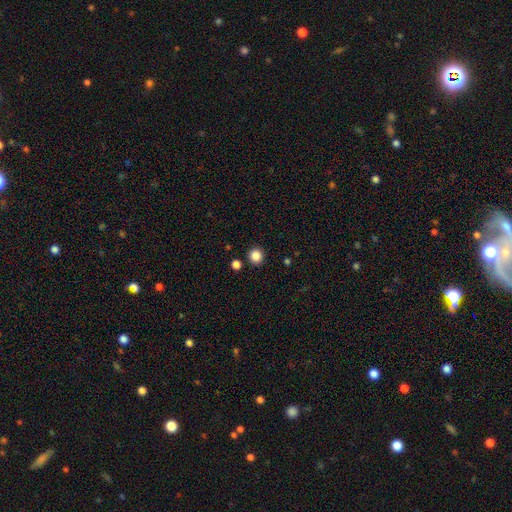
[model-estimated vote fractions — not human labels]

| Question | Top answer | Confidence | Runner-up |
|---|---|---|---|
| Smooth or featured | smooth | 85% | star or artifact (11%) |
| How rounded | round | 94% | in between (5%) |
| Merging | none | 90% | minor disturbance (5%) |